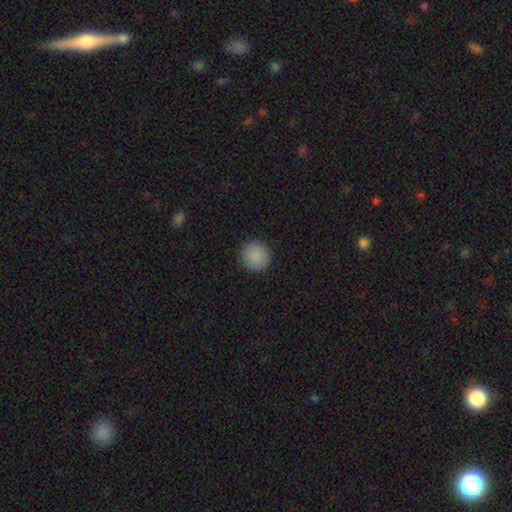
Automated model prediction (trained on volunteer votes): smooth_or_featured: smooth (p=0.89) [alt: star or artifact p=0.08]
how_rounded: round (p=0.95) [alt: in between p=0.04]
merging: none (p=0.91) [alt: minor disturbance p=0.06]